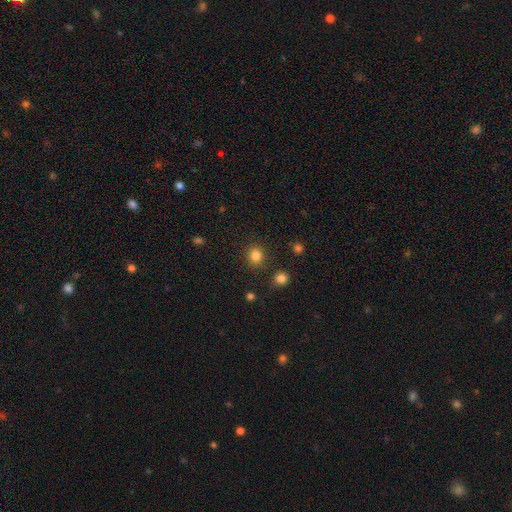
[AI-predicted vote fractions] This is clearly a smooth galaxy (83%). How rounded: clearly round (85%). Merging: clearly none (88%).